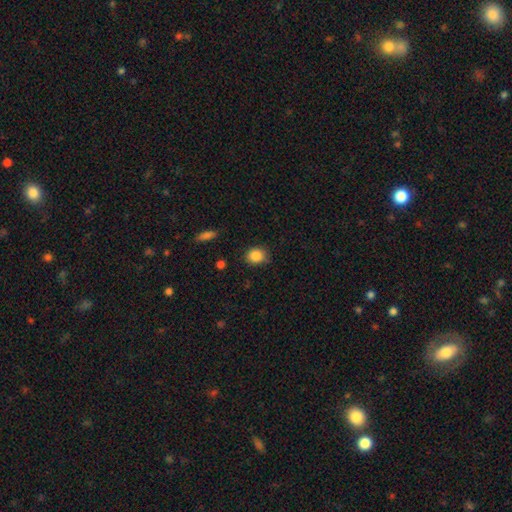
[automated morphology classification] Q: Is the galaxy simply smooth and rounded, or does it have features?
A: smooth — 86%.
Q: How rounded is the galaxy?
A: round — 65%.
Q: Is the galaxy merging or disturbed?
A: none — 82%.